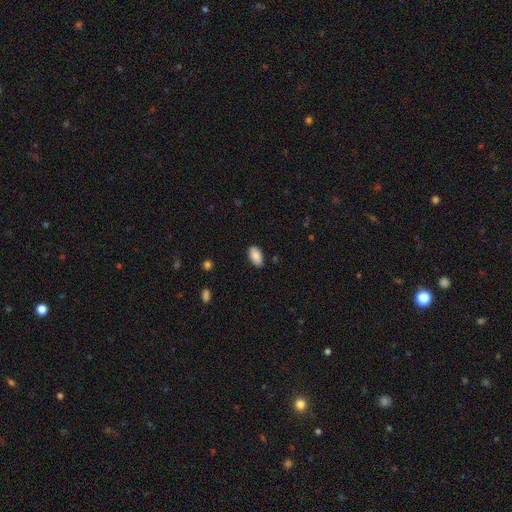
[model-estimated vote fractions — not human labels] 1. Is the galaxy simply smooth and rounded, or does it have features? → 88% smooth, 7% star or artifact, 6% featured or disk.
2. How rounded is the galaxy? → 95% in between, 3% round, 2% cigar-shaped.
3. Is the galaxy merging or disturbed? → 86% none, 10% minor disturbance, 2% major disturbance, 1% merger.